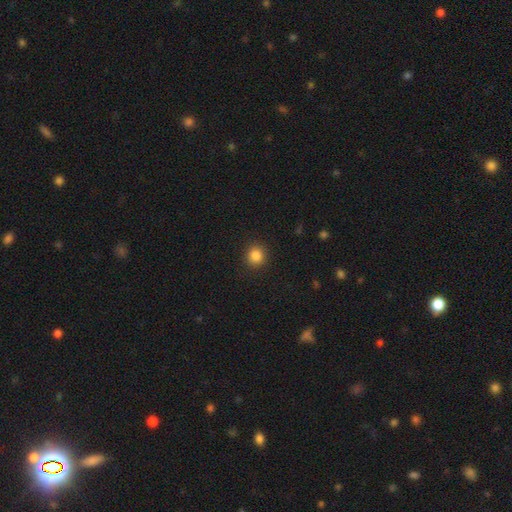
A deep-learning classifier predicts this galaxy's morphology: A smooth galaxy with no disk features (85%) that is round (90%). Merging: none (91%).